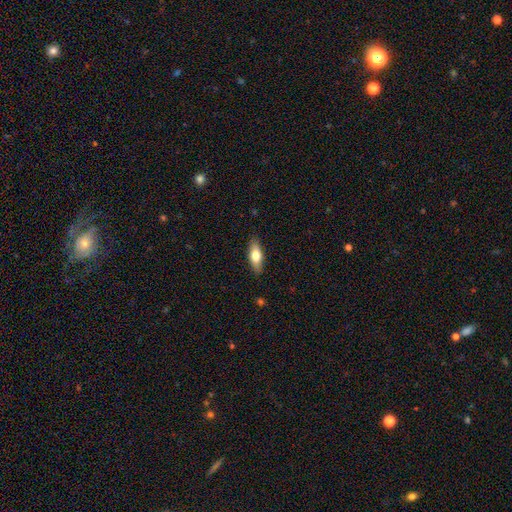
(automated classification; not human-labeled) A smooth galaxy with no disk features (68%) that is in between round and cigar-shaped (71%). Merging: none (86%).